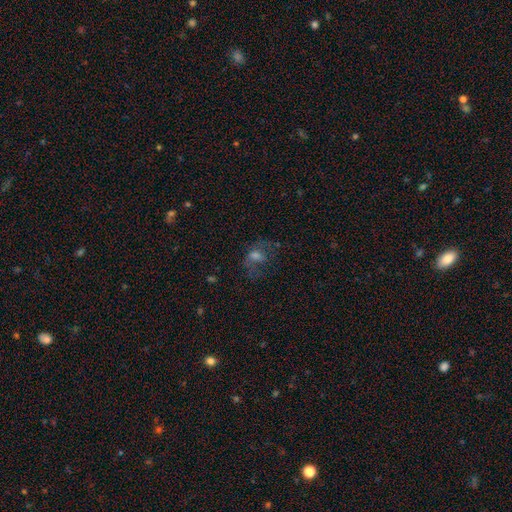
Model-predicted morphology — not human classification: Overall: smooth (39%, tied with featured or disk). Merging: none (45%; major disturbance 32%).